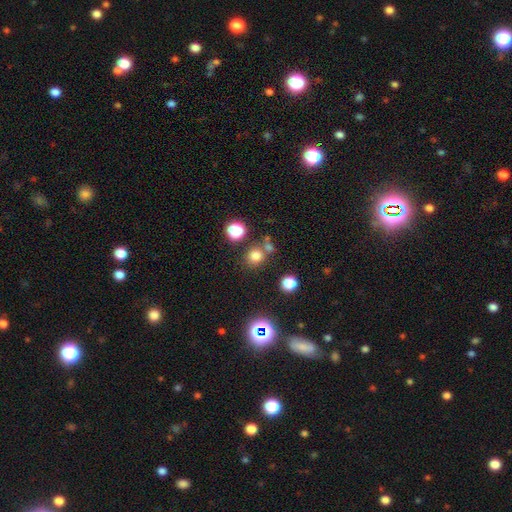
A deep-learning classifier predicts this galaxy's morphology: Smooth or featured? smooth (74%)
How rounded? round (81%)
Merging? none (69%)